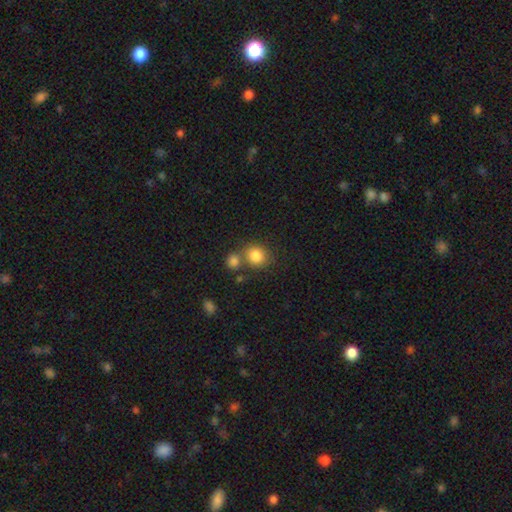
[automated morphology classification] Smooth or featured? smooth (84%)
How rounded? round (81%)
Merging? none (58%)